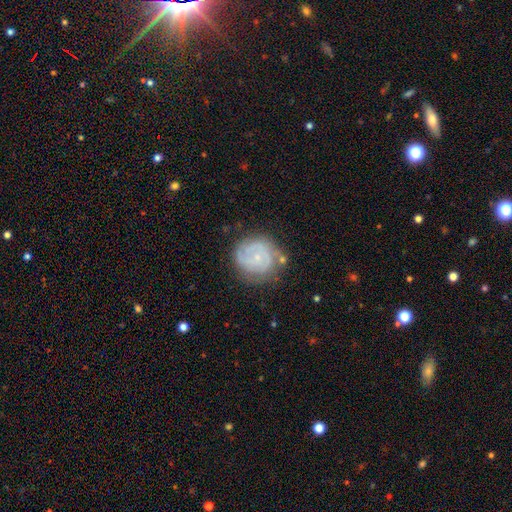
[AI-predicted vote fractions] Morphology: type=featured or disk (74%); edge-on=no (98%); bar=no (71%); spiral arms=yes (91%); winding=tight (66%); arm count=2 (44%); bulge=small (79%); merging=none (71%).